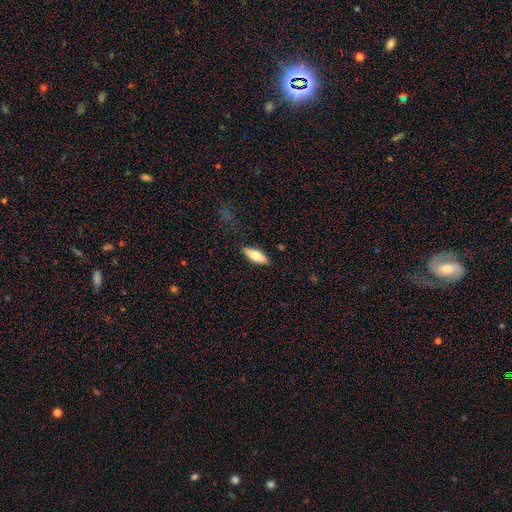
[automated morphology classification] Q: Smooth or featured?
A: smooth (68%); runner-up: featured or disk (26%)
Q: How rounded?
A: in between (69%); runner-up: cigar-shaped (29%)
Q: Merging?
A: none (88%); runner-up: minor disturbance (9%)